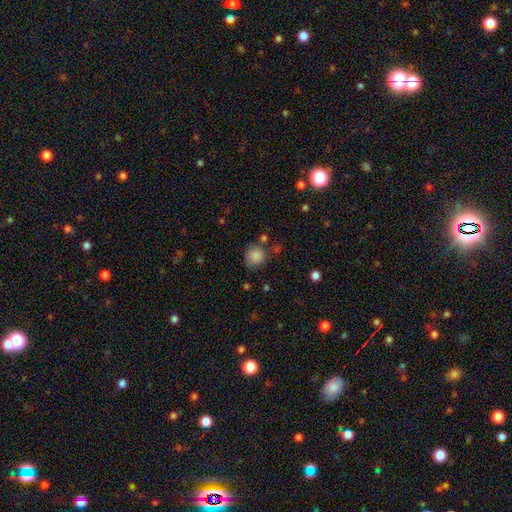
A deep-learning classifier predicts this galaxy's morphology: Smooth or featured? Predicted: smooth (p=0.85). How rounded? Predicted: round (p=0.85). Merging? Predicted: none (p=0.72).